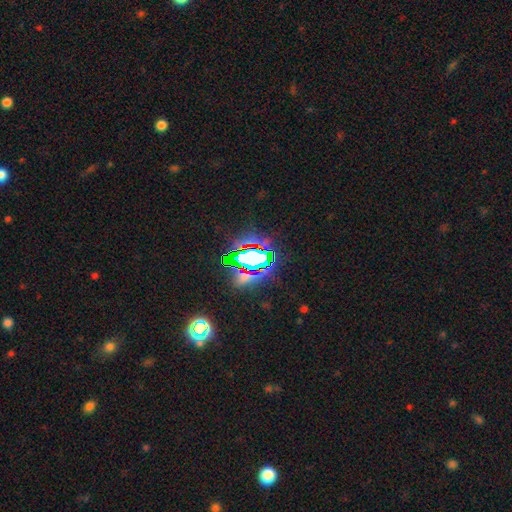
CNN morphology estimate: This is likely a star or artifact rather than a galaxy (67%).